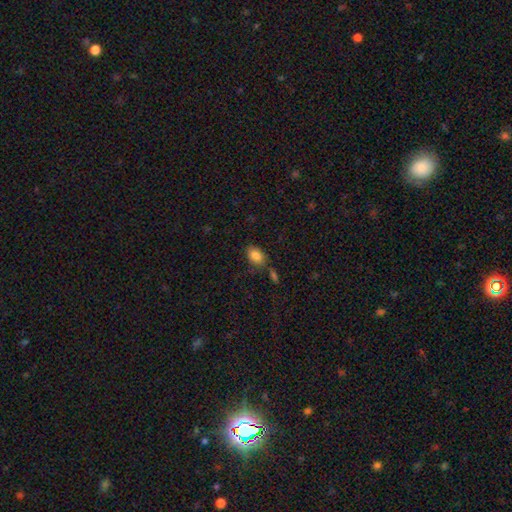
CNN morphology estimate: Overall: smooth (85%). How rounded: in between (82%). Merging: none (69%).